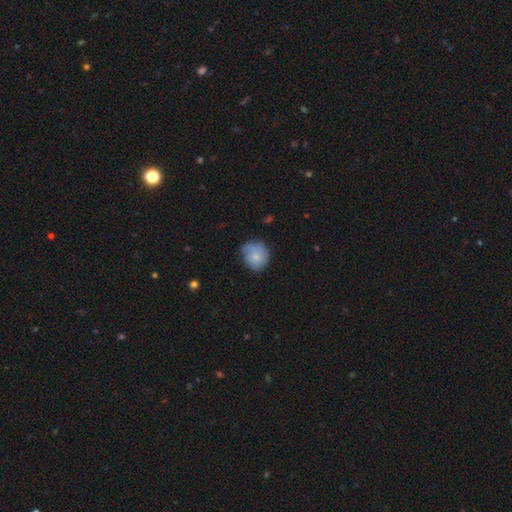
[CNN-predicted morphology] Smooth or featured?
  - smooth: 72% *
  - featured or disk: 20%
  - star or artifact: 8%
How rounded?
  - round: 82% *
  - in between: 17%
  - cigar-shaped: 1%
Merging?
  - none: 55% *
  - minor disturbance: 32%
  - major disturbance: 10%
  - merger: 3%